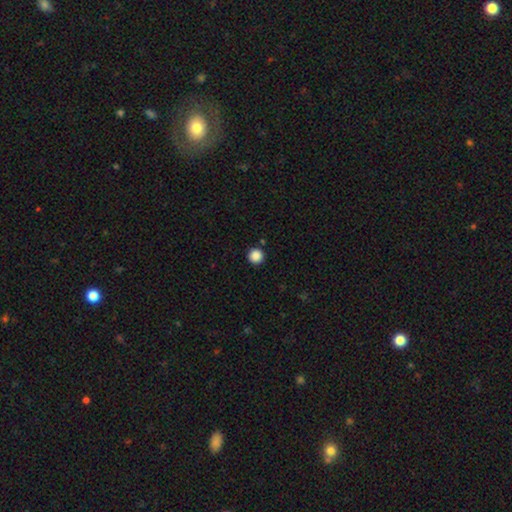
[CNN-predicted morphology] smooth_or_featured: smooth (p=0.88) [alt: star or artifact p=0.10]
how_rounded: round (p=0.96) [alt: in between p=0.03]
merging: none (p=0.91) [alt: minor disturbance p=0.05]